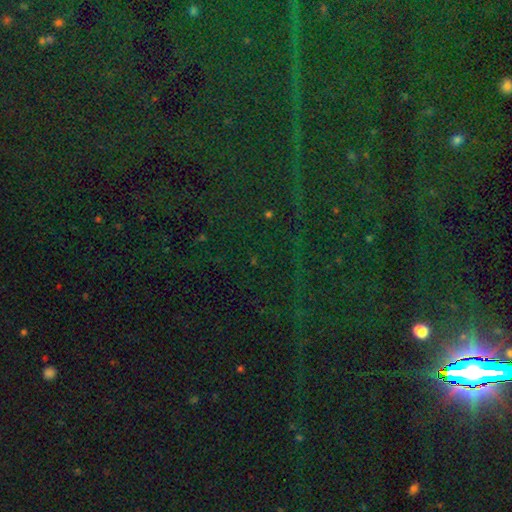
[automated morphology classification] Smooth or featured?
  - star or artifact: 85% *
  - smooth: 8%
  - featured or disk: 7%